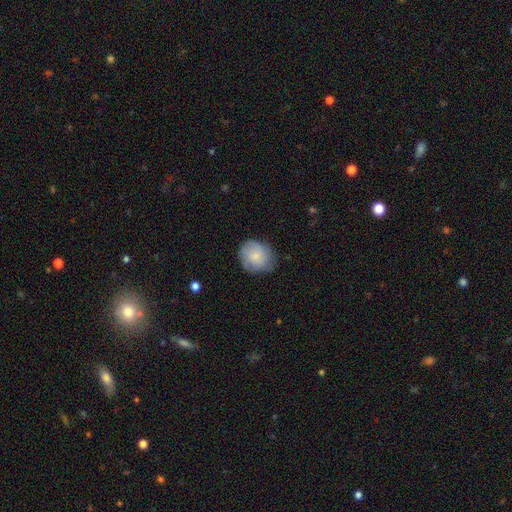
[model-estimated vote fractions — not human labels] Q: Smooth or featured?
A: smooth (71%); runner-up: featured or disk (22%)
Q: How rounded?
A: round (77%); runner-up: in between (22%)
Q: Merging?
A: none (72%); runner-up: minor disturbance (22%)